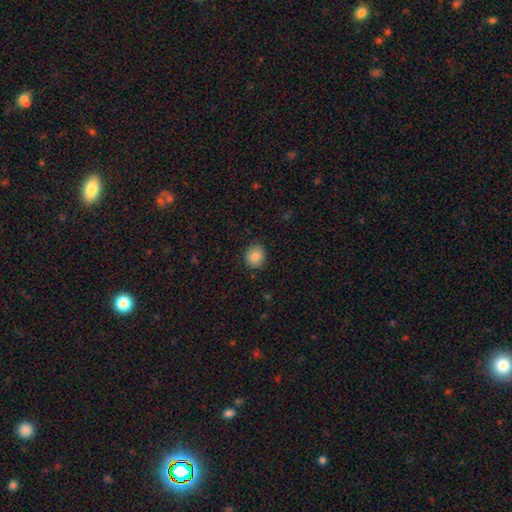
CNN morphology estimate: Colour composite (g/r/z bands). It shows a smooth galaxy with no disk features (87%) that is round (77%). Merging: none (89%).